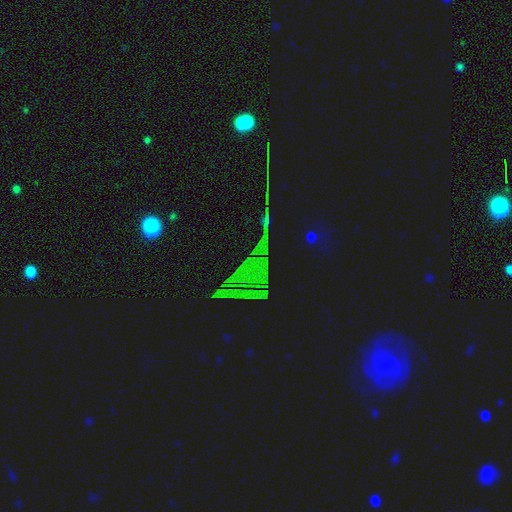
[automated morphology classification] Smooth or featured? Predicted: star or artifact (p=0.77).